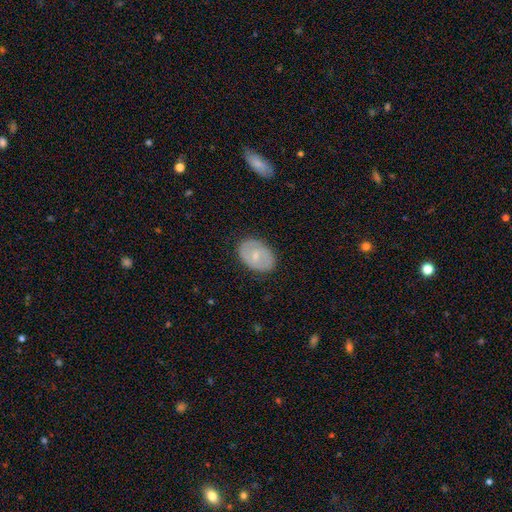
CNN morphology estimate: Q: Smooth or featured?
A: smooth (52%); runner-up: featured or disk (41%)
Q: How rounded?
A: in between (80%); runner-up: round (19%)
Q: Merging?
A: none (83%); runner-up: minor disturbance (12%)